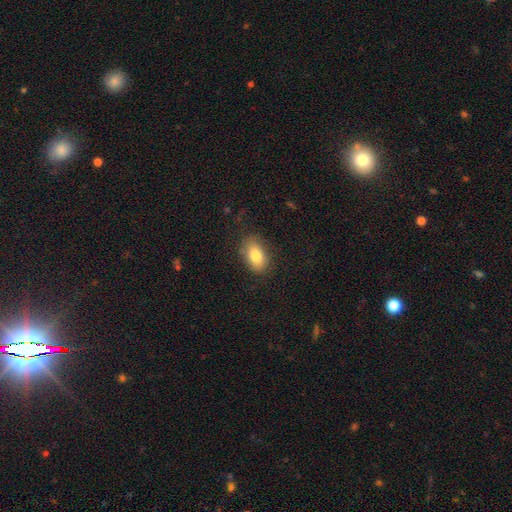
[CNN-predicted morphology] type=smooth (81%); roundness=in between (88%); merging=none (83%).